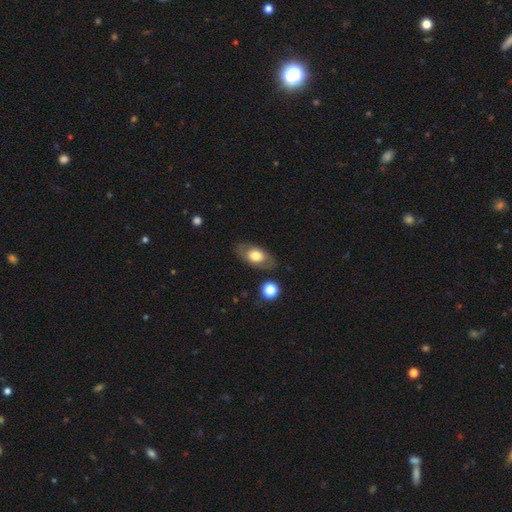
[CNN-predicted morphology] smooth_or_featured: smooth (p=0.62) [alt: featured or disk p=0.31]
how_rounded: in between (p=0.88) [alt: round p=0.09]
merging: none (p=0.78) [alt: minor disturbance p=0.14]